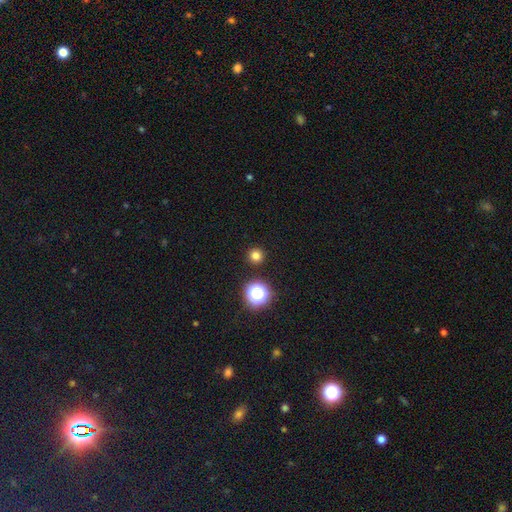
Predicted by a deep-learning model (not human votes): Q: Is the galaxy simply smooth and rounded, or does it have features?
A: smooth — 77%.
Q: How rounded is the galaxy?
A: round — 96%.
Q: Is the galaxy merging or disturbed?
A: none — 92%.